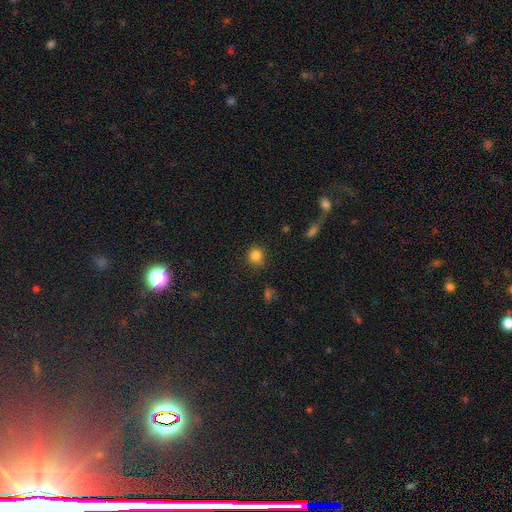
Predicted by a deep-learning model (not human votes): Overall: smooth (84%). How rounded: round (90%). Merging: none (87%).